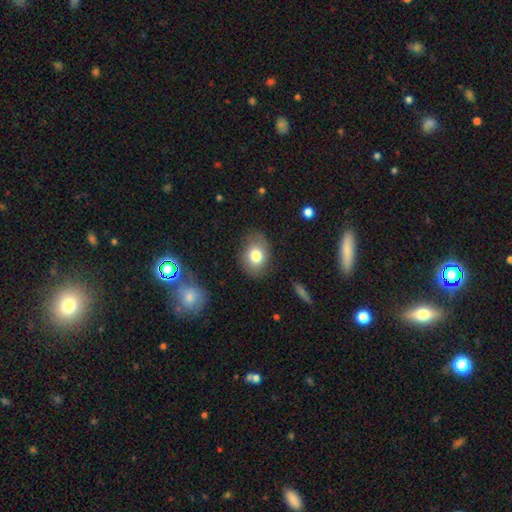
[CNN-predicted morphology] A smooth galaxy with no disk features (76%) that is in between round and cigar-shaped (64%). Merging: none (78%).